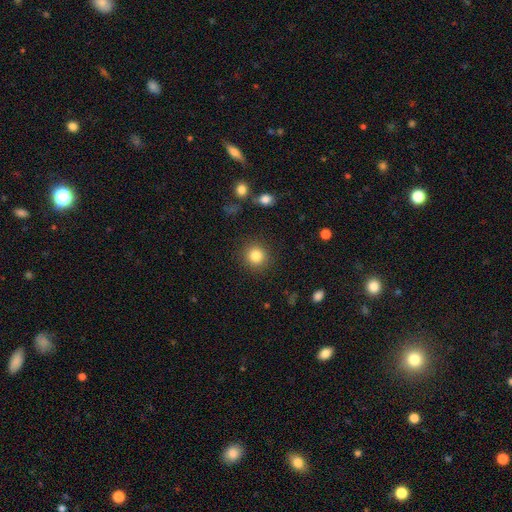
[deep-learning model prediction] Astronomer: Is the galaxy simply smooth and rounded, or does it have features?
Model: smooth — 83%.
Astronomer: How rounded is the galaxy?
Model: round — 92%.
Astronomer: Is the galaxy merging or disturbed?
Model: none — 89%.